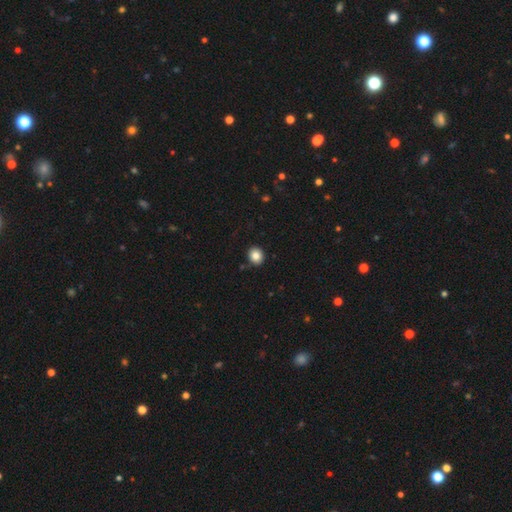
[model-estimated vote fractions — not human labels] The model was most divided on "how rounded": round: 71%, in between: 28%, cigar-shaped: 1%. More confident: merging — none (90%); smooth or featured — smooth (85%).